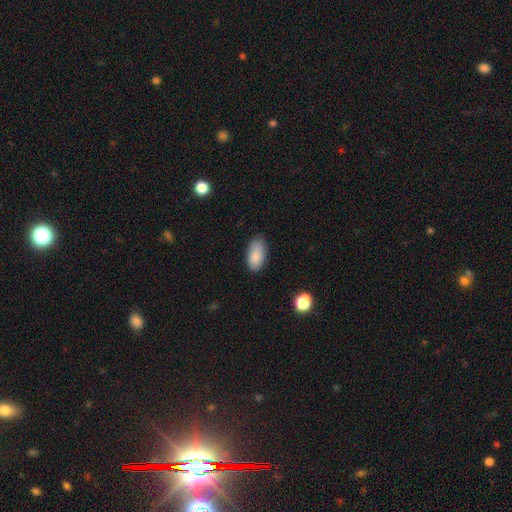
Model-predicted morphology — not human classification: Smooth or featured? smooth (88%)
How rounded? in between (94%)
Merging? none (81%)